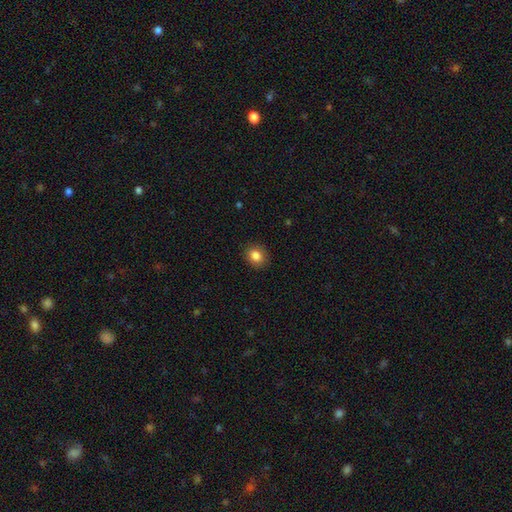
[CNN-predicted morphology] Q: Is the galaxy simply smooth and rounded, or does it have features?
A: smooth — 85%.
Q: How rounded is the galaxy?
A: round — 59%.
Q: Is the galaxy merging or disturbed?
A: none — 89%.